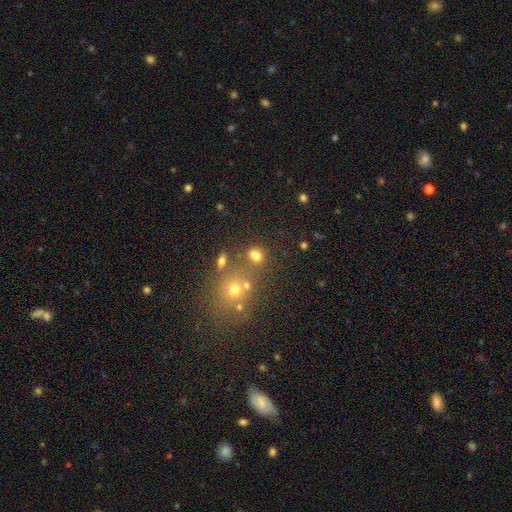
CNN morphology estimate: A smooth galaxy with no disk features (71%) that is in between round and cigar-shaped (52%).

Vote fractions:
- Smooth or featured? smooth: 71% / star or artifact: 19% / featured or disk: 10%
- How rounded? in between: 52% / round: 47% / cigar-shaped: 2%
- Merging? none: 56% / merger: 23% / minor disturbance: 13% / major disturbance: 7%